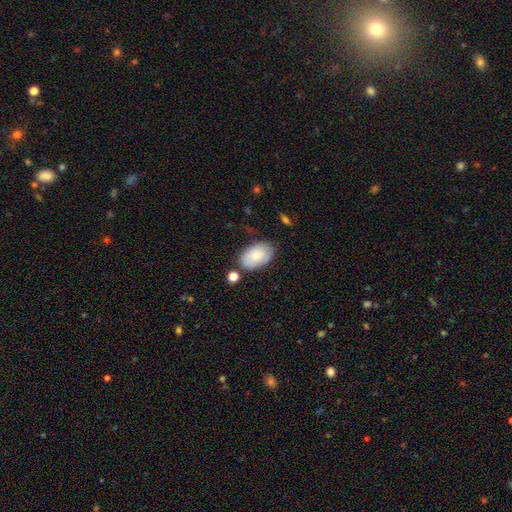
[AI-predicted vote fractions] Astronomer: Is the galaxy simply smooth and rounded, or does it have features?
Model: smooth — 80%.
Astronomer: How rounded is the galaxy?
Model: in between — 94%.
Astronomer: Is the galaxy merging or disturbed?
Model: none — 74%.